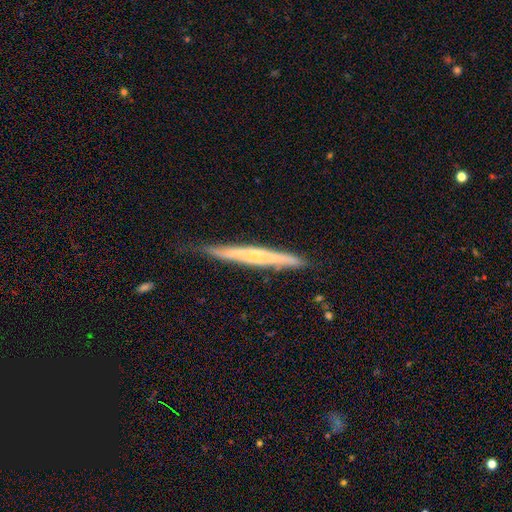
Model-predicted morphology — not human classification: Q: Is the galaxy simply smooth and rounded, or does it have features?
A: featured or disk — 66%.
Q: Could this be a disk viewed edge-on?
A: yes — 95%.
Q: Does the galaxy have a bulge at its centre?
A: rounded — 49%.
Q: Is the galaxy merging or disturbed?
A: none — 77%.